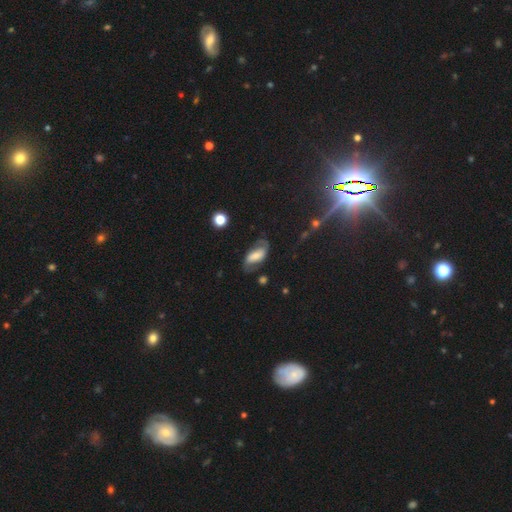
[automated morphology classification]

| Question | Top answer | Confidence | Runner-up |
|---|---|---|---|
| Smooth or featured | featured or disk | 56% | smooth (36%) |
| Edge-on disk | no | 92% | yes (8%) |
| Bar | strong | 40% | weak (35%) |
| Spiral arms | yes | 83% | no (17%) |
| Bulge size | moderate | 32% | tied: small (32%) |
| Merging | none | 59% | minor disturbance (24%) |